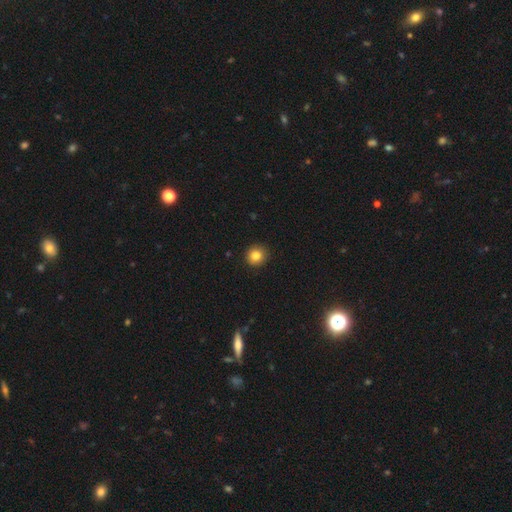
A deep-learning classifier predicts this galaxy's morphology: This is clearly a smooth galaxy (83%). How rounded: clearly round (91%). Merging: clearly none (92%).